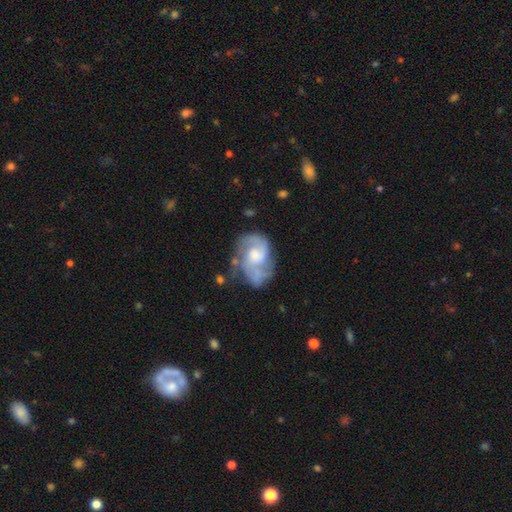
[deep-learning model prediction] Smooth or featured? Predicted: featured or disk (p=0.81). Edge-on disk? Predicted: no (p=0.98). Bar? Predicted: no (p=0.57). Spiral arms? Predicted: yes (p=0.93). Spiral winding? Predicted: medium (p=0.51). Spiral arm count? Predicted: 2 (p=0.68). Bulge size? Predicted: moderate (p=0.52). Merging? Predicted: none (p=0.57).